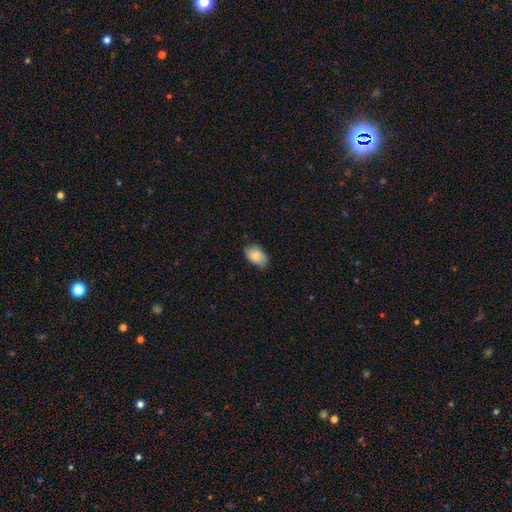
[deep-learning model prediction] Q: Smooth or featured?
A: smooth (84%); runner-up: featured or disk (9%)
Q: How rounded?
A: in between (89%); runner-up: round (9%)
Q: Merging?
A: none (77%); runner-up: minor disturbance (19%)